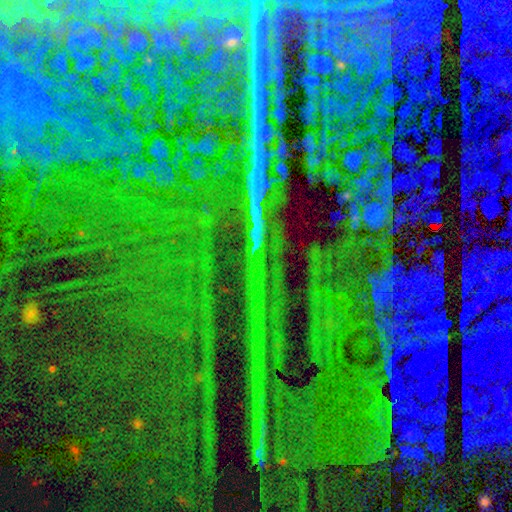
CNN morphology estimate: smooth-or-featured: star or artifact: 85% | featured or disk: 8% | smooth: 7%